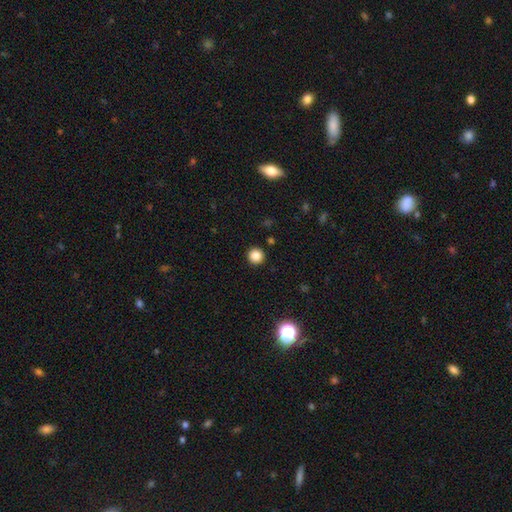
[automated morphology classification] Smooth or featured: smooth — 85% (star or artifact — 12%)
How rounded: round — 96% (in between — 3%)
Merging: none — 93% (minor disturbance — 4%)